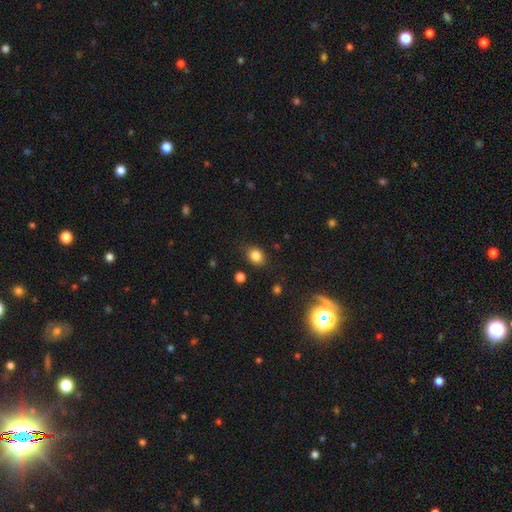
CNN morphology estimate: A smooth galaxy with no disk features (83%) that is round (51%).

Vote fractions:
- Smooth or featured? smooth: 83% / star or artifact: 12% / featured or disk: 6%
- How rounded? round: 51% / in between: 48% / cigar-shaped: 1%
- Merging? none: 81% / minor disturbance: 13% / major disturbance: 4% / merger: 2%